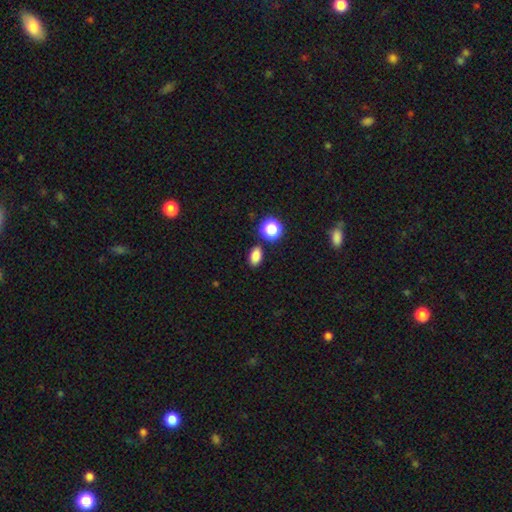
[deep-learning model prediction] smooth_or_featured: smooth (p=0.83) [alt: star or artifact p=0.13]
how_rounded: in between (p=0.83) [alt: round p=0.15]
merging: none (p=0.83) [alt: minor disturbance p=0.10]